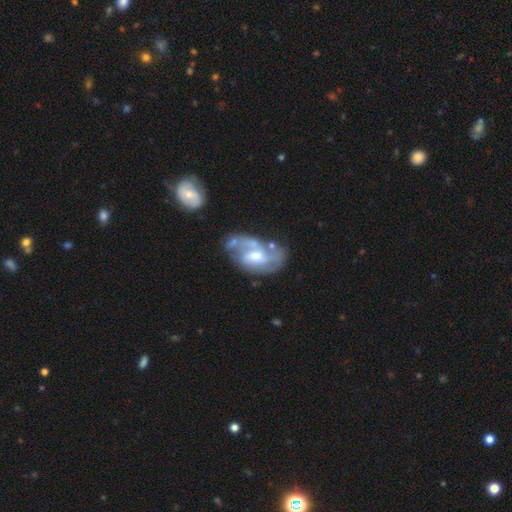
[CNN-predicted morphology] Smooth or featured?
  - featured or disk: 77% *
  - smooth: 17%
  - star or artifact: 6%
Edge-on disk?
  - no: 96% *
  - yes: 4%
Bar?
  - weak: 47% *
  - no: 37%
  - strong: 16%
Spiral arms?
  - yes: 82% *
  - no: 18%
Spiral winding?
  - medium: 45% *
  - loose: 28%
  - tight: 27%
Spiral arm count?
  - 2: 47% *
  - can't tell: 25%
  - 3: 15%
  - 1: 8%
  - 4: 4%
  - more than 4: 3%
Bulge size?
  - moderate: 56% *
  - small: 27%
  - large: 10%
  - none: 5%
  - dominant: 1%
Merging?
  - none: 48% *
  - minor disturbance: 23%
  - major disturbance: 19%
  - merger: 11%